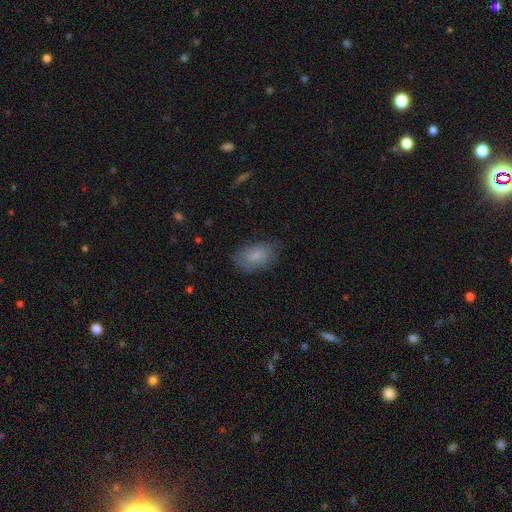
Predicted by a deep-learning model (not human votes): This appears to be a smooth galaxy with no disk features (72%) that is in between round and cigar-shaped (90%). Merging: none (70%).